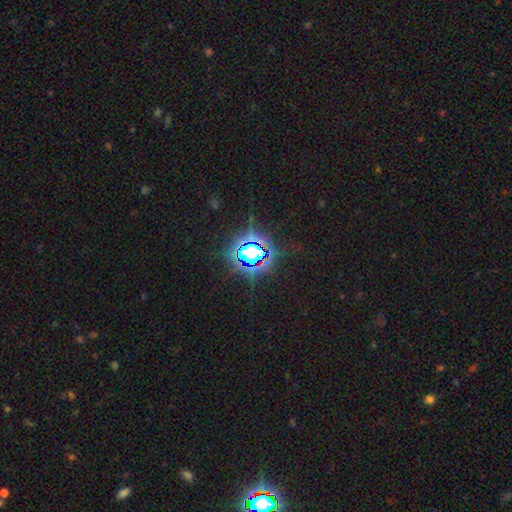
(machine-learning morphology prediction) Smooth or featured? Predicted: star or artifact (p=0.78).